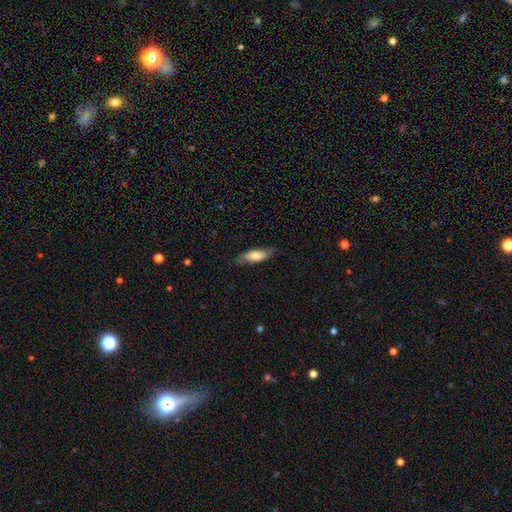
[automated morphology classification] A smooth galaxy with no disk features (76%) that is in between round and cigar-shaped (65%).

Vote fractions:
- Smooth or featured? smooth: 76% / featured or disk: 18% / star or artifact: 6%
- How rounded? in between: 65% / cigar-shaped: 33% / round: 2%
- Merging? none: 77% / minor disturbance: 18% / major disturbance: 4% / merger: 1%